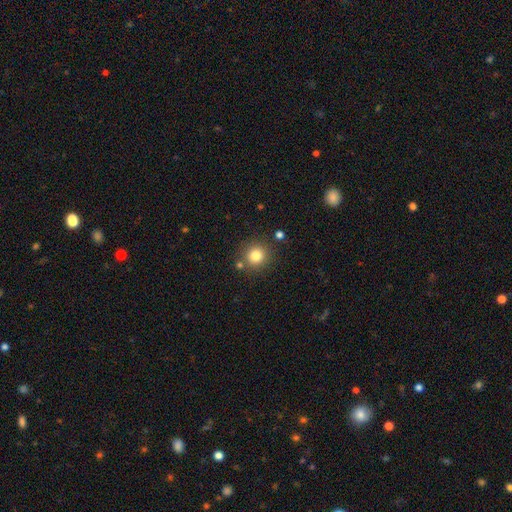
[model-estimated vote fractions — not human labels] A smooth galaxy with no disk features (81%) that is round (93%). Merging: none (83%).